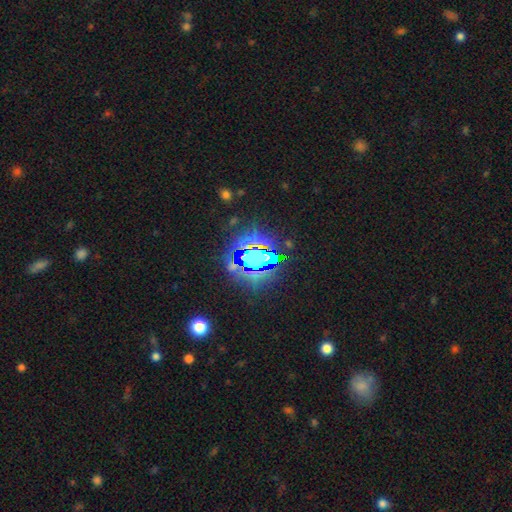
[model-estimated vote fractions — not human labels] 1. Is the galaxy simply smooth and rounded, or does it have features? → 74% star or artifact, 14% smooth, 11% featured or disk.